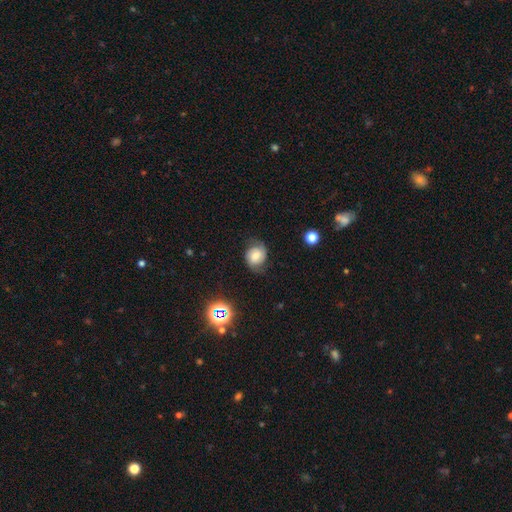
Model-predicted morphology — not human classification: Q: Smooth or featured?
A: featured or disk (51%); runner-up: smooth (36%)
Q: Edge-on disk?
A: no (97%); runner-up: yes (3%)
Q: Merging?
A: none (68%); runner-up: minor disturbance (22%)